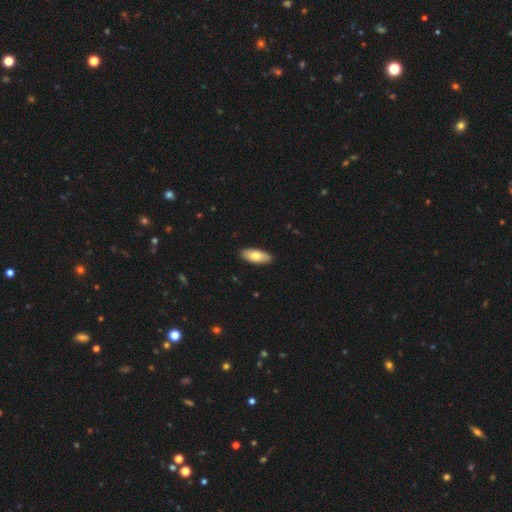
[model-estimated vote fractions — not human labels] Q: Smooth or featured?
A: smooth (72%); runner-up: featured or disk (22%)
Q: How rounded?
A: in between (85%); runner-up: cigar-shaped (13%)
Q: Merging?
A: none (90%); runner-up: minor disturbance (8%)